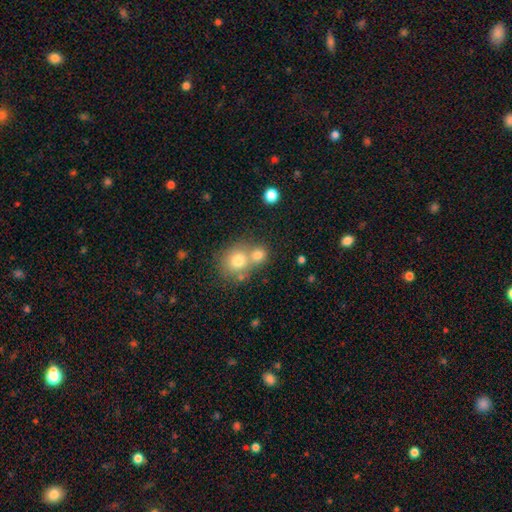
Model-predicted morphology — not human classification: type=smooth (72%); roundness=round (80%); merging=merger (47%).